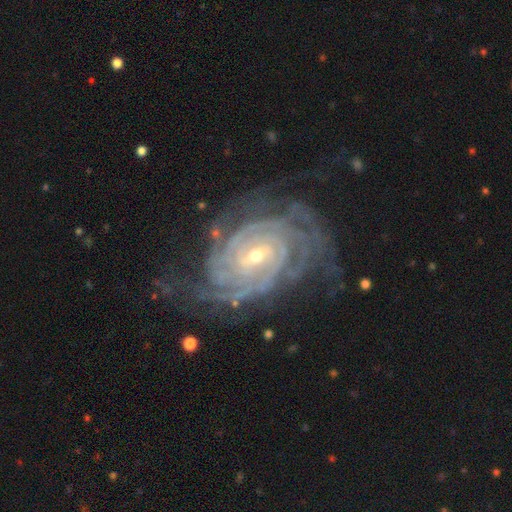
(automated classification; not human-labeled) The model was most divided on "spiral arm count": 4: 25%, can't tell: 22%, 3: 16%, more than 4: 16%, 2: 14%, 1: 8%. Remaining: spiral arms — yes (98%); edge-on disk — no (97%); smooth or featured — featured or disk (92%); spiral winding — tight (80%); merging — none (69%); bulge size — small (63%); bar — no (45%).